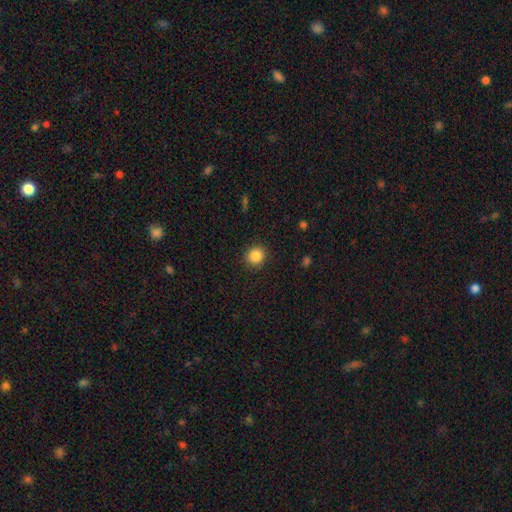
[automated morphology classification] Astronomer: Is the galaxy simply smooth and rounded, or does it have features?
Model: smooth — 86%.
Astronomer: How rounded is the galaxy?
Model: round — 89%.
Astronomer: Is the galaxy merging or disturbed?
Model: none — 90%.